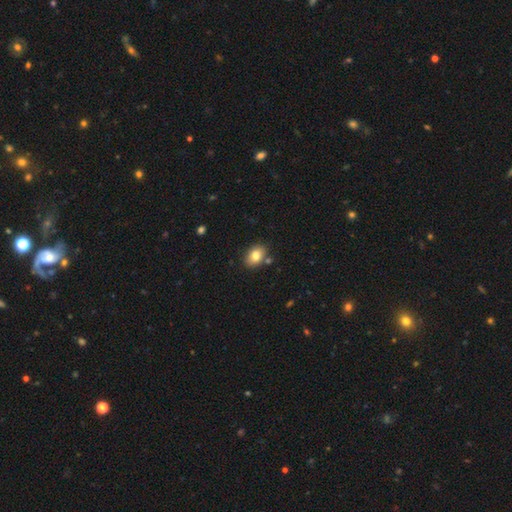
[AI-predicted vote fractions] The model was most divided on "how rounded": in between: 76%, round: 23%, cigar-shaped: 1%. More confident: merging — none (81%); smooth or featured — smooth (80%).